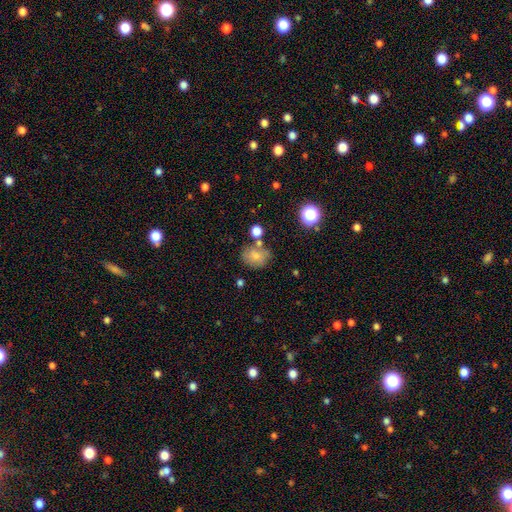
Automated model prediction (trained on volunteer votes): Overall: smooth (74%). How rounded: round (51%; in between 48%). Merging: none (62%).